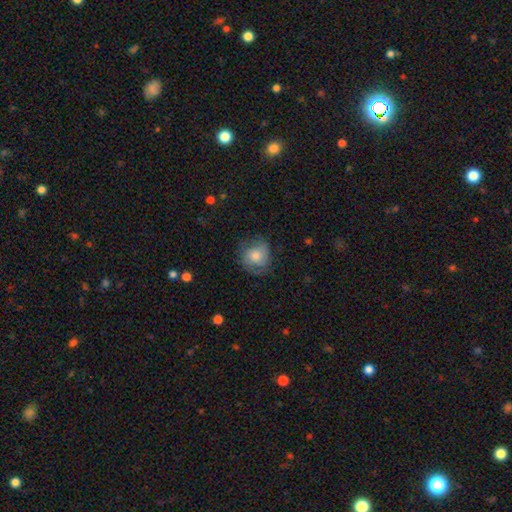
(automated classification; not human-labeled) smooth-or-featured: smooth: 63% | featured or disk: 29% | star or artifact: 8%
  how-rounded: round: 80% | in between: 19% | cigar-shaped: 1%
  merging: none: 66% | minor disturbance: 23% | major disturbance: 10% | merger: 1%